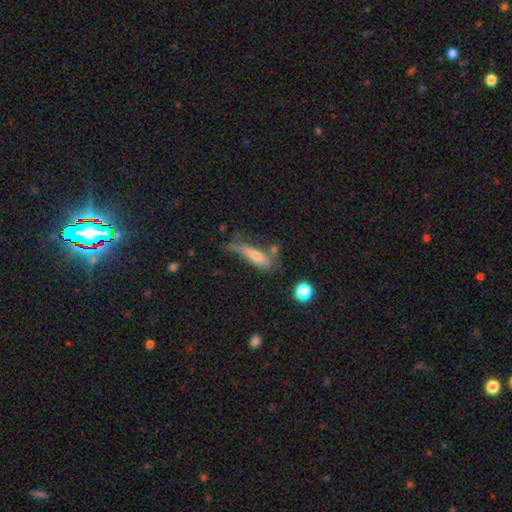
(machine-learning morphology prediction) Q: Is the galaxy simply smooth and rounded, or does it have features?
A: featured or disk — 42%.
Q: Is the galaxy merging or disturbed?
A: none — 47%.